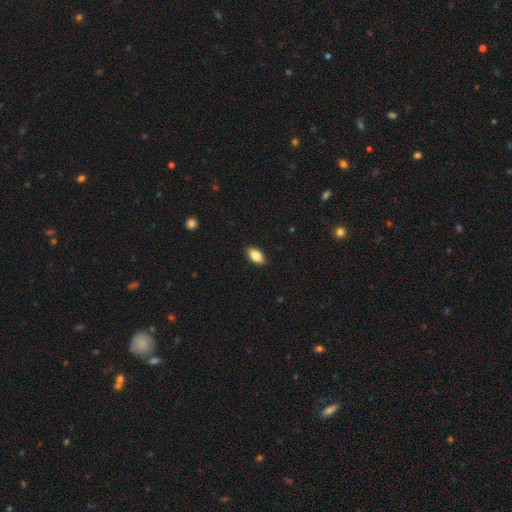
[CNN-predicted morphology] smooth_or_featured: smooth (p=0.82) [alt: featured or disk p=0.11]
how_rounded: in between (p=0.91) [alt: cigar-shaped p=0.05]
merging: none (p=0.89) [alt: minor disturbance p=0.08]